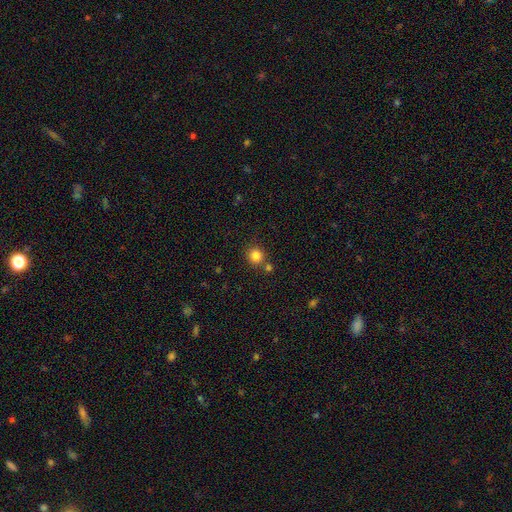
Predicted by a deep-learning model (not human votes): smooth_or_featured: smooth (p=0.83) [alt: star or artifact p=0.12]
how_rounded: round (p=0.89) [alt: in between p=0.10]
merging: none (p=0.75) [alt: merger p=0.13]